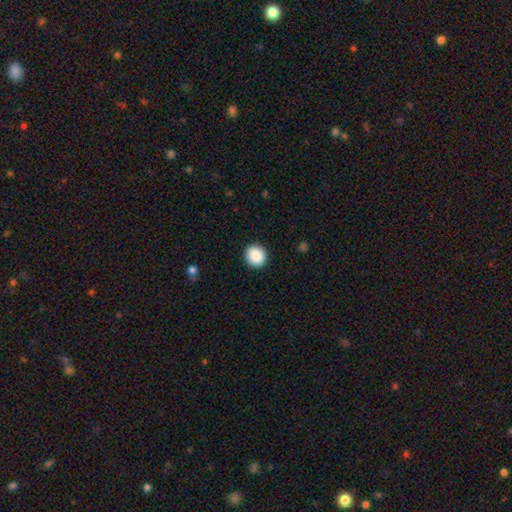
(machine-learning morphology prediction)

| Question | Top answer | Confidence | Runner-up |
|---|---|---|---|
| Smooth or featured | smooth | 89% | star or artifact (8%) |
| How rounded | round | 89% | in between (11%) |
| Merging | none | 92% | minor disturbance (5%) |